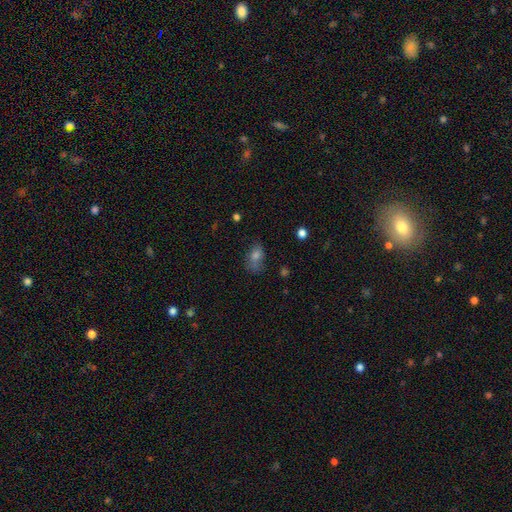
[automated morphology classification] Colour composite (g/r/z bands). It shows a smooth galaxy with no disk features (61%) that is in between round and cigar-shaped (76%). Merging: none (47%).